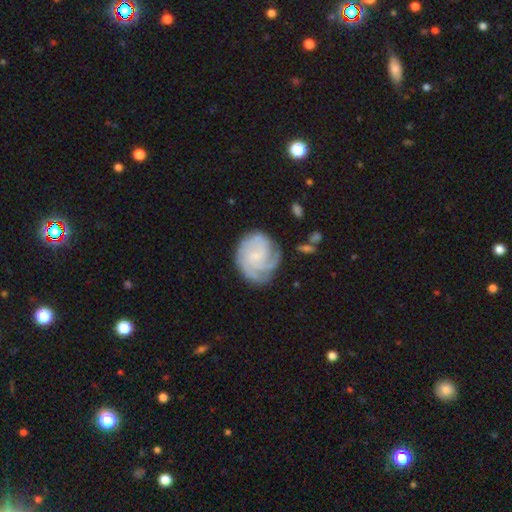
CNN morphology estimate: Smooth or featured: featured or disk — 80% (smooth — 14%)
Edge-on disk: no — 98% (yes — 2%)
Bar: no — 64% (weak — 31%)
Spiral arms: yes — 96% (no — 4%)
Spiral winding: tight — 60% (medium — 32%)
Spiral arm count: 3 — 36% (can't tell — 21%)
Bulge size: small — 52% (none — 27%)
Merging: none — 69% (minor disturbance — 20%)